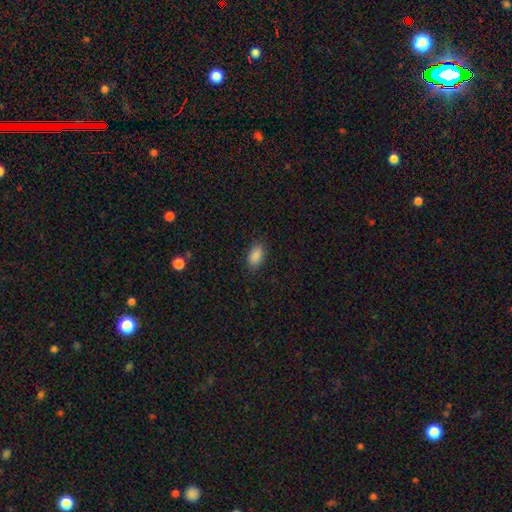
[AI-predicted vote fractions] The model was most divided on "merging": none: 85%, minor disturbance: 11%, major disturbance: 3%, merger: 1%. More confident: how rounded — in between (91%); smooth or featured — smooth (88%).